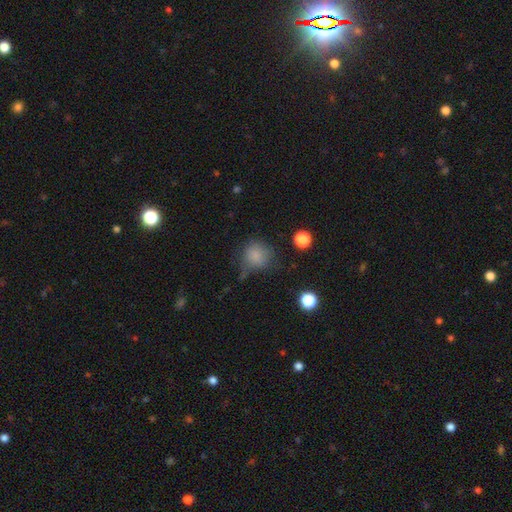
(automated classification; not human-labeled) smooth_or_featured: smooth (p=0.80) [alt: star or artifact p=0.13]
how_rounded: round (p=0.87) [alt: in between p=0.12]
merging: none (p=0.57) [alt: minor disturbance p=0.26]